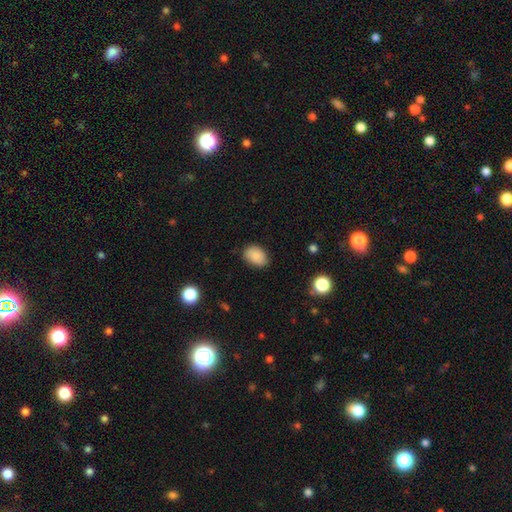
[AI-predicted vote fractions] Smooth or featured?
  - smooth: 86% *
  - star or artifact: 8%
  - featured or disk: 6%
How rounded?
  - in between: 80% *
  - round: 19%
  - cigar-shaped: 1%
Merging?
  - none: 76% *
  - minor disturbance: 19%
  - major disturbance: 3%
  - merger: 1%